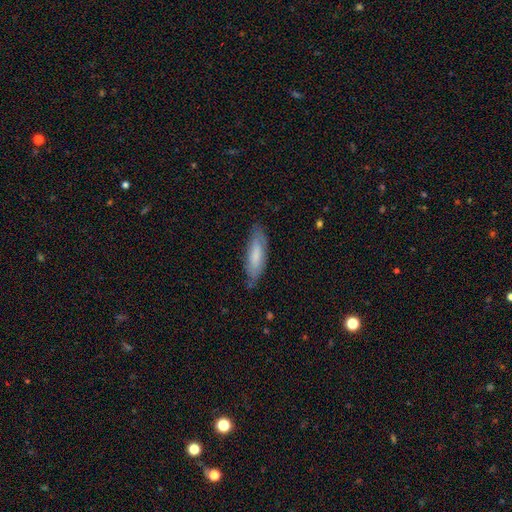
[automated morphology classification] smooth-or-featured: smooth: 65% | featured or disk: 28% | star or artifact: 6%
  how-rounded: cigar-shaped: 50% | in between: 49% | round: 1%
  merging: none: 75% | minor disturbance: 20% | major disturbance: 4% | merger: 1%